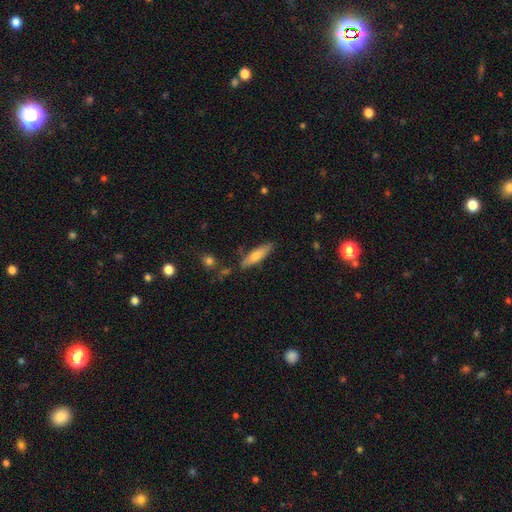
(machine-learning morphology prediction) type=smooth (65%); roundness=cigar-shaped (73%); merging=none (80%).